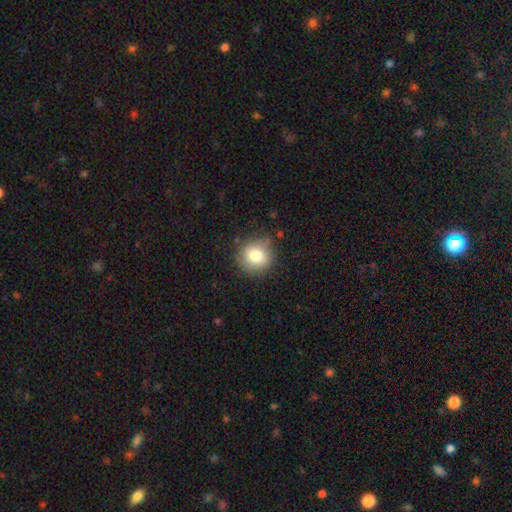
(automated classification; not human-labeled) This is clearly a smooth galaxy (81%). How rounded: clearly round (89%). Merging: clearly none (81%).